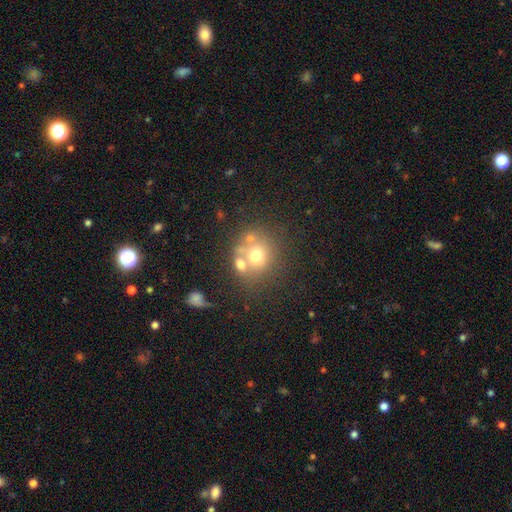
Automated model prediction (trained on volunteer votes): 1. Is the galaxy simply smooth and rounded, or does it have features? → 62% smooth, 23% featured or disk, 14% star or artifact.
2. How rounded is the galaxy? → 79% round, 20% in between, 1% cigar-shaped.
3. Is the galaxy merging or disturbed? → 46% none, 35% merger, 12% minor disturbance, 7% major disturbance.